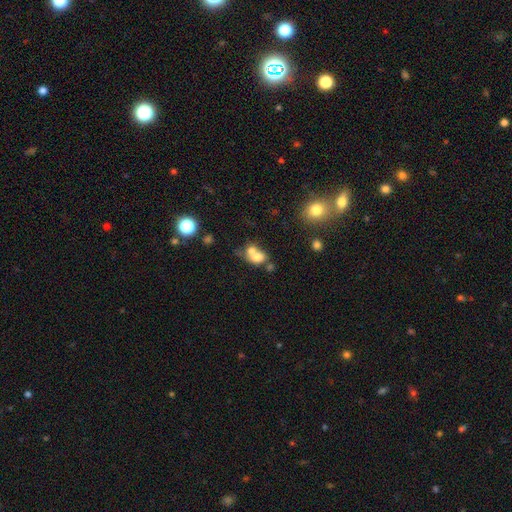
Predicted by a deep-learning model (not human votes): Q: Smooth or featured?
A: smooth (69%); runner-up: featured or disk (19%)
Q: How rounded?
A: in between (54%); runner-up: round (45%)
Q: Merging?
A: merger (63%); runner-up: none (23%)